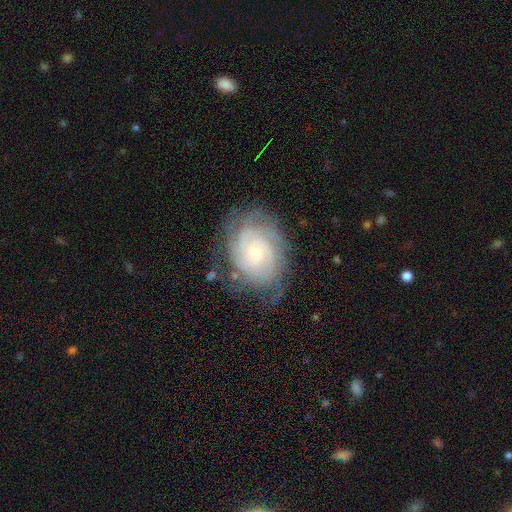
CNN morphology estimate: Smooth or featured?
  - featured or disk: 84% *
  - smooth: 10%
  - star or artifact: 7%
Edge-on disk?
  - no: 97% *
  - yes: 3%
Bar?
  - no: 73% *
  - weak: 22%
  - strong: 4%
Spiral arms?
  - yes: 96% *
  - no: 4%
Spiral winding?
  - tight: 76% *
  - medium: 20%
  - loose: 4%
Spiral arm count?
  - can't tell: 35% *
  - 4: 19%
  - 3: 18%
  - 2: 15%
  - more than 4: 8%
  - 1: 6%
Bulge size?
  - small: 69% *
  - moderate: 27%
  - large: 2%
  - none: 1%
  - dominant: 1%
Merging?
  - none: 73% *
  - minor disturbance: 18%
  - major disturbance: 7%
  - merger: 2%